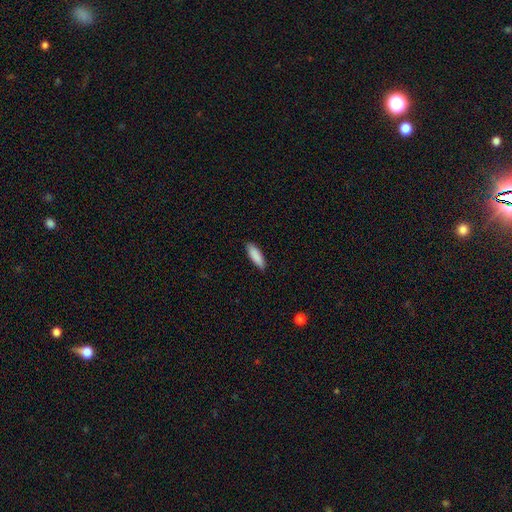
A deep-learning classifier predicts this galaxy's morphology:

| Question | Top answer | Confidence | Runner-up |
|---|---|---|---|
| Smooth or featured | smooth | 88% | featured or disk (6%) |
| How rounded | in between | 50% | cigar-shaped (49%) |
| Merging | none | 86% | minor disturbance (11%) |